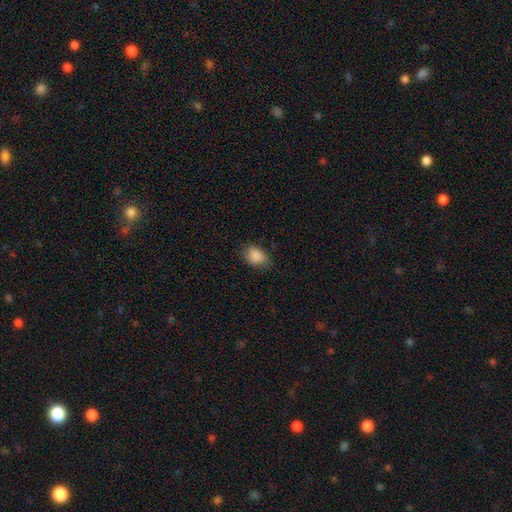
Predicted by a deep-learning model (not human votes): Smooth or featured: smooth — 88% (star or artifact — 8%)
How rounded: in between — 78% (round — 21%)
Merging: none — 71% (minor disturbance — 23%)